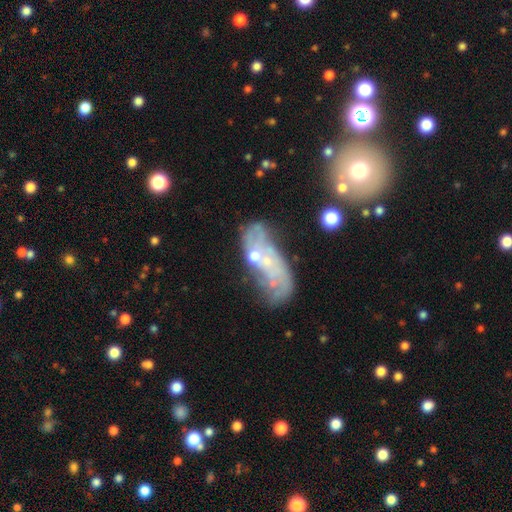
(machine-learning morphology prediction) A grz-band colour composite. It shows a featured or disk galaxy (61%) with no bar (78%), spiral arms (52%) and a small central bulge (63%). Merging: none (36%).